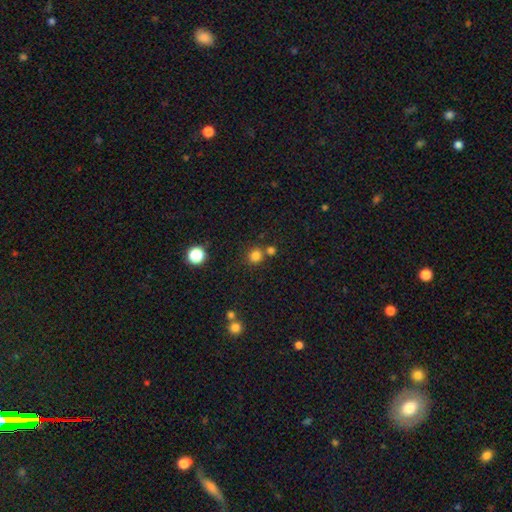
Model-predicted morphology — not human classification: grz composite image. It shows a smooth galaxy with no disk features (79%) that is round (89%). Merging: none (71%).